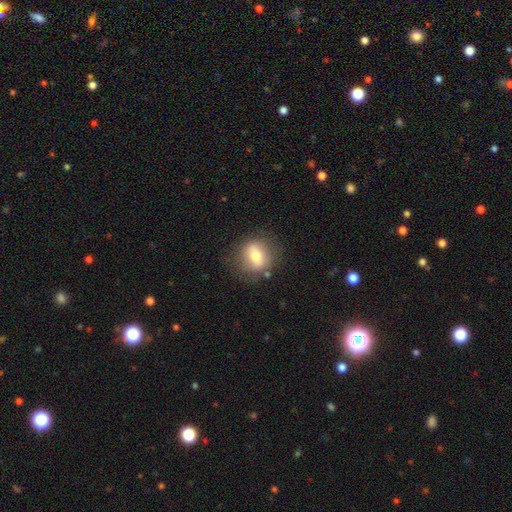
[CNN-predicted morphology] Q: Smooth or featured?
A: smooth (60%); runner-up: featured or disk (31%)
Q: How rounded?
A: round (70%); runner-up: in between (28%)
Q: Merging?
A: none (79%); runner-up: minor disturbance (14%)